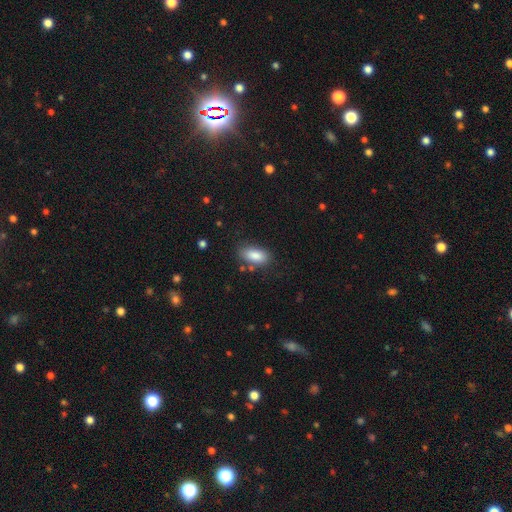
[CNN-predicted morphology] smooth_or_featured: smooth (p=0.86) [alt: star or artifact p=0.07]
how_rounded: in between (p=0.90) [alt: cigar-shaped p=0.07]
merging: none (p=0.77) [alt: minor disturbance p=0.15]